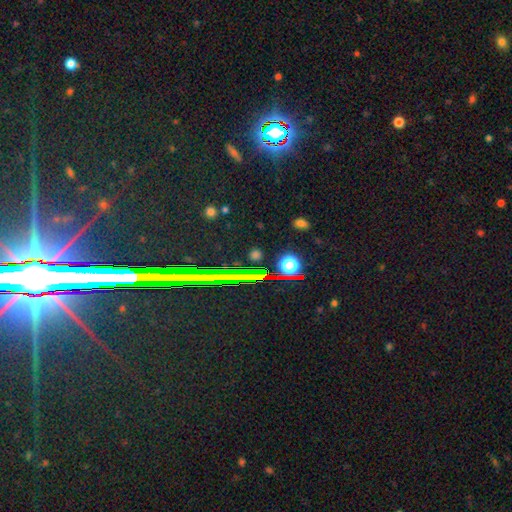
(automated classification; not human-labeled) A star or artifact, not a galaxy (68%).

Vote fractions:
- Smooth or featured? star or artifact: 68% / smooth: 22% / featured or disk: 9%